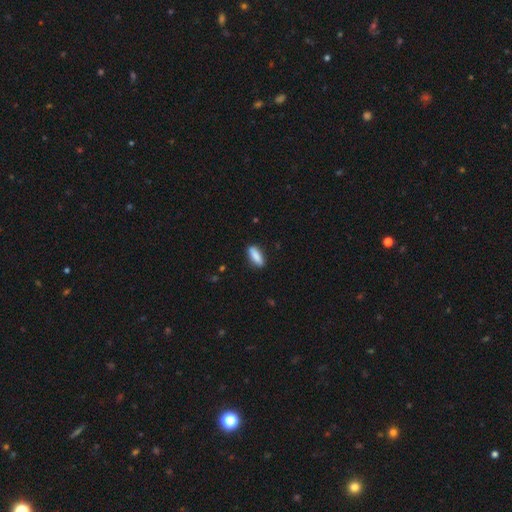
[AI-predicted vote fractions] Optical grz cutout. It shows a smooth galaxy with no disk features (85%) that is in between round and cigar-shaped (61%). Merging: none (87%).